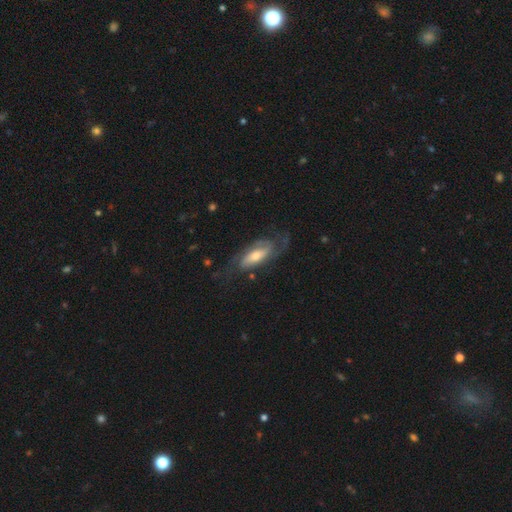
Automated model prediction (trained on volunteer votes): This appears to be a featured or disk galaxy (74%) with no bar (48%), 2 (67%) medium (43%) spiral arms (91%) and a moderate central bulge (54%). Merging: none (62%).